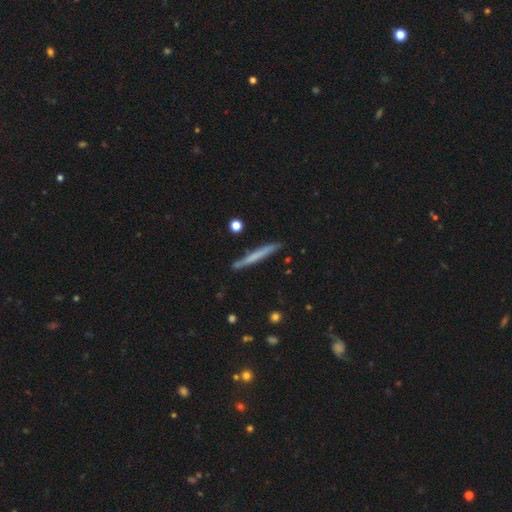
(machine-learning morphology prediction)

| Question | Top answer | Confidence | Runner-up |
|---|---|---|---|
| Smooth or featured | smooth | 57% | featured or disk (37%) |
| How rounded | cigar-shaped | 97% | in between (2%) |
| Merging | none | 87% | minor disturbance (9%) |